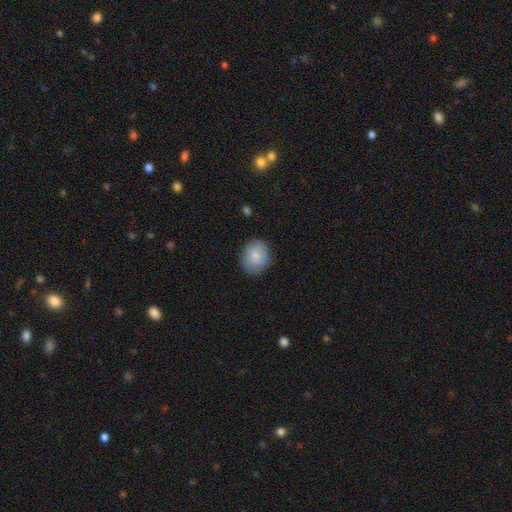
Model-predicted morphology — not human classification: This is clearly a smooth galaxy (81%). How rounded: possibly round (58%). Merging: clearly none (81%).